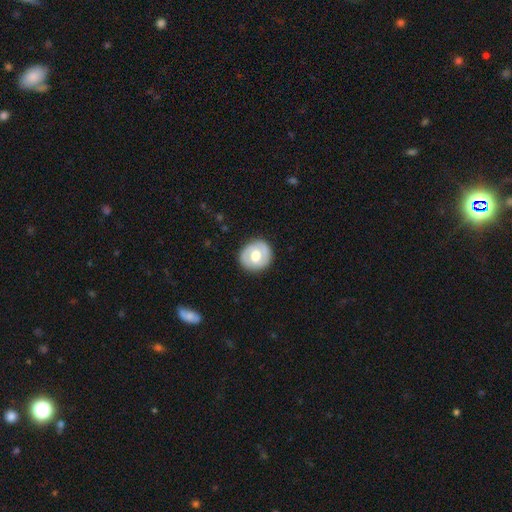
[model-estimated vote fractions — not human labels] smooth_or_featured: featured or disk (p=0.50) [alt: smooth p=0.44]
disk_edge_on: no (p=0.96) [alt: yes p=0.04]
merging: none (p=0.87) [alt: minor disturbance p=0.09]